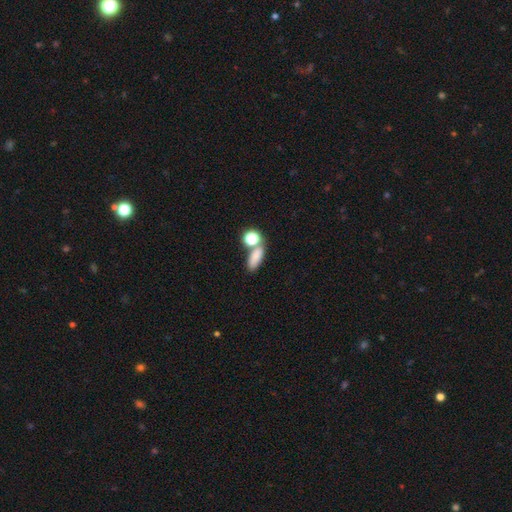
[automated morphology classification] smooth-or-featured: smooth: 79% | star or artifact: 12% | featured or disk: 9%
  how-rounded: in between: 69% | round: 16% | cigar-shaped: 15%
  merging: none: 53% | merger: 30% | minor disturbance: 11% | major disturbance: 6%